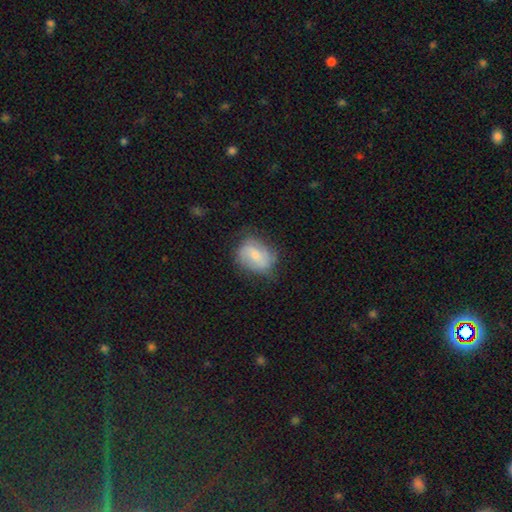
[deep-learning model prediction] The model was most divided on "how rounded": in between: 56%, round: 43%, cigar-shaped: 1%. More confident: merging — none (61%); smooth or featured — smooth (56%).